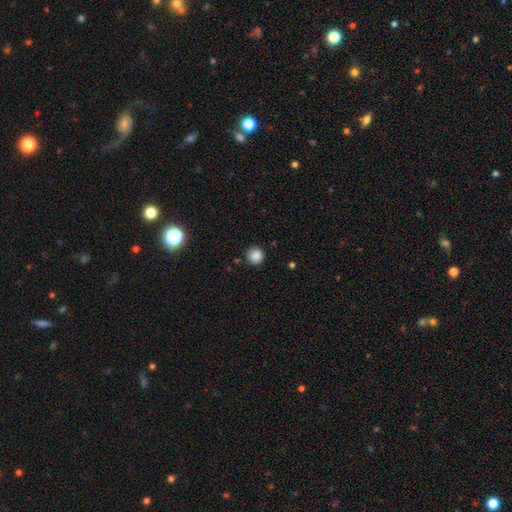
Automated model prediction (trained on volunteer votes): This appears to be a smooth galaxy with no disk features (86%) that is round (95%). Merging: none (89%).